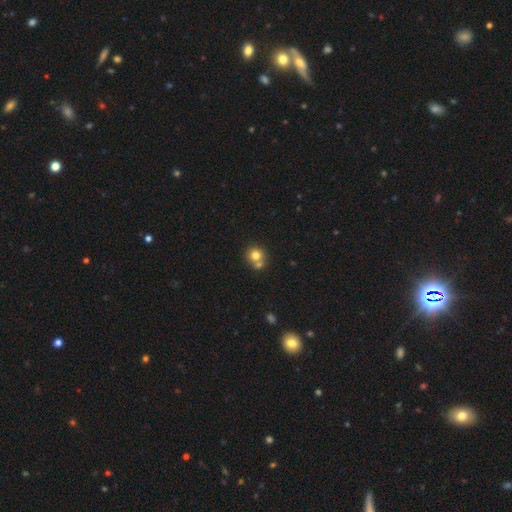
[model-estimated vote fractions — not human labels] Smooth or featured?
  - smooth: 77% *
  - featured or disk: 12%
  - star or artifact: 11%
How rounded?
  - round: 87% *
  - in between: 12%
  - cigar-shaped: 1%
Merging?
  - none: 52% *
  - merger: 37%
  - minor disturbance: 8%
  - major disturbance: 3%